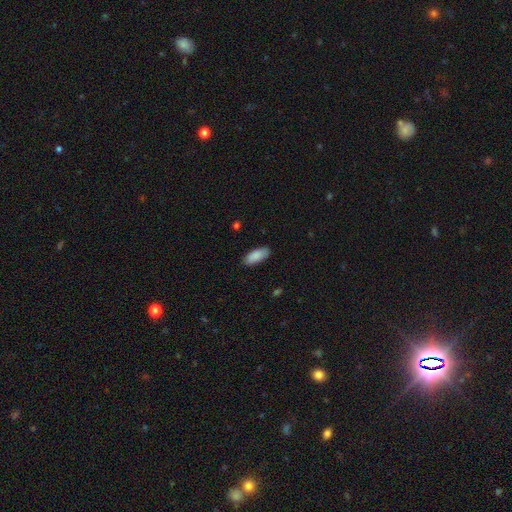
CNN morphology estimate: A smooth galaxy with no disk features (88%) that is in between round and cigar-shaped (83%). Merging: none (87%).